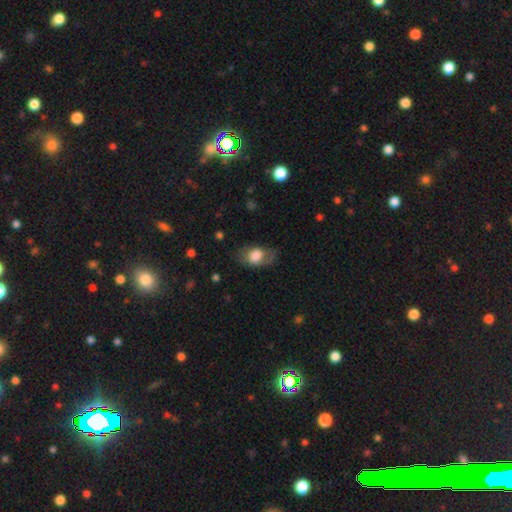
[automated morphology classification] Q: Smooth or featured?
A: smooth (72%); runner-up: featured or disk (21%)
Q: How rounded?
A: in between (84%); runner-up: round (14%)
Q: Merging?
A: none (67%); runner-up: minor disturbance (21%)